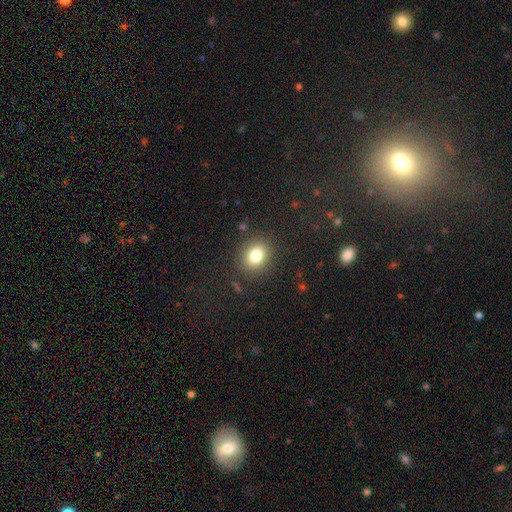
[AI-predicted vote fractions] Smooth or featured?
  - smooth: 81% *
  - star or artifact: 11%
  - featured or disk: 8%
How rounded?
  - round: 57% *
  - in between: 42%
  - cigar-shaped: 1%
Merging?
  - none: 86% *
  - minor disturbance: 9%
  - major disturbance: 4%
  - merger: 1%